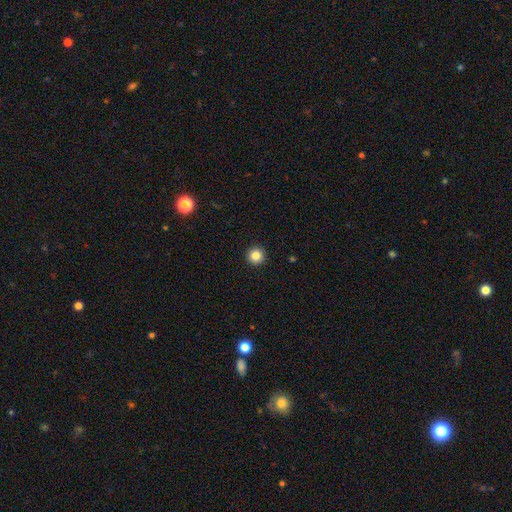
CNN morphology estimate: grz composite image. It shows a smooth galaxy with no disk features (84%) that is round (96%). Merging: none (94%).